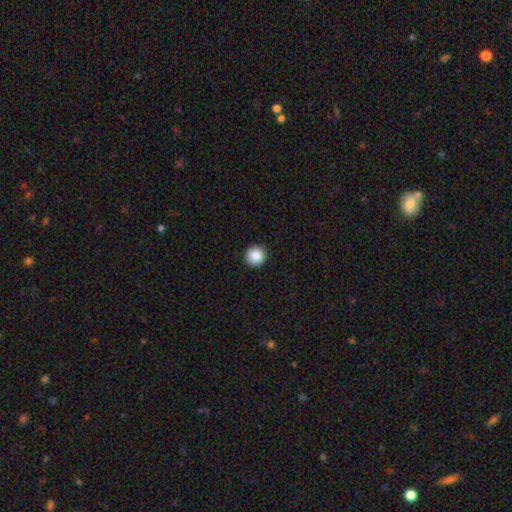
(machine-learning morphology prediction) Overall: smooth (87%). How rounded: round (96%). Merging: none (93%).